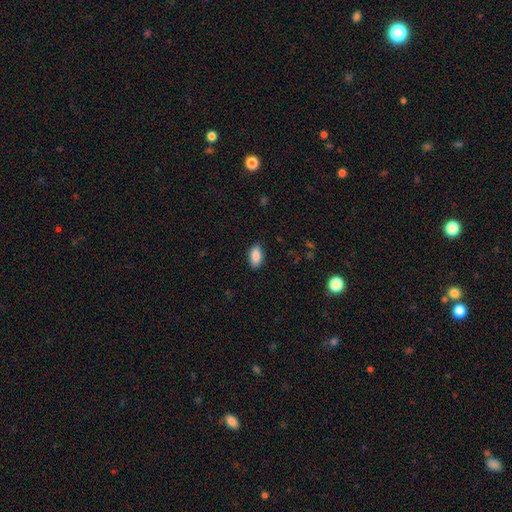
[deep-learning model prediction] smooth_or_featured: smooth (p=0.88) [alt: star or artifact p=0.07]
how_rounded: in between (p=0.92) [alt: cigar-shaped p=0.05]
merging: none (p=0.86) [alt: minor disturbance p=0.11]